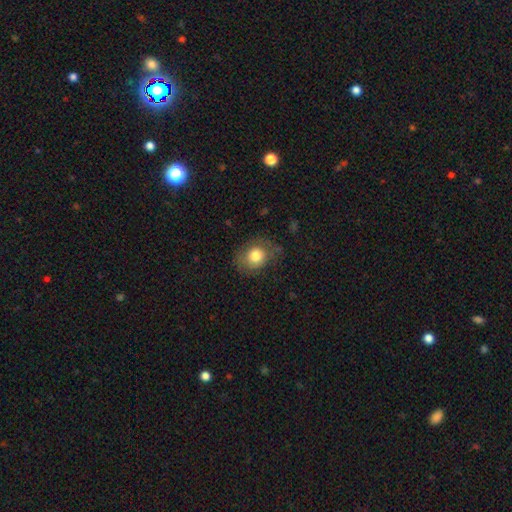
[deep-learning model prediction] Smooth or featured: smooth — 78% (featured or disk — 13%)
How rounded: round — 60% (in between — 40%)
Merging: none — 66% (minor disturbance — 23%)